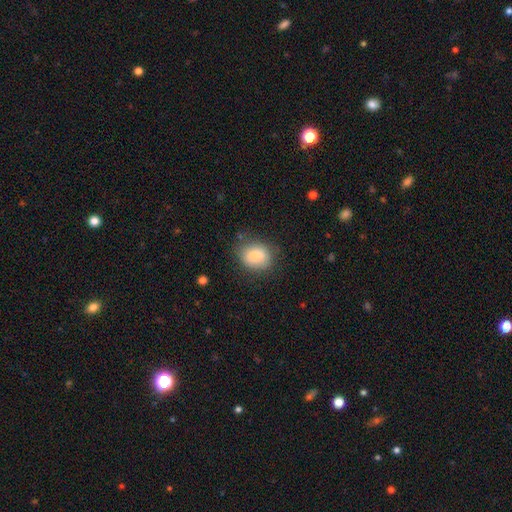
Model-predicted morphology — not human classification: This appears to be a smooth galaxy with no disk features (83%) that is round (59%). Merging: none (78%).